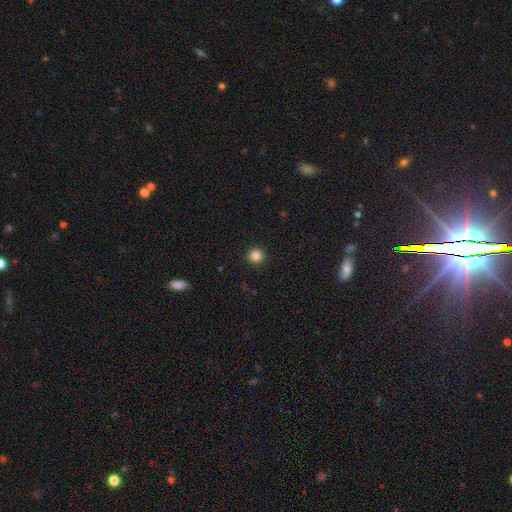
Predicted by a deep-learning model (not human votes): Smooth or featured?
  - smooth: 84% *
  - star or artifact: 12%
  - featured or disk: 4%
How rounded?
  - round: 94% *
  - in between: 5%
  - cigar-shaped: 1%
Merging?
  - none: 93% *
  - minor disturbance: 5%
  - major disturbance: 2%
  - merger: 1%